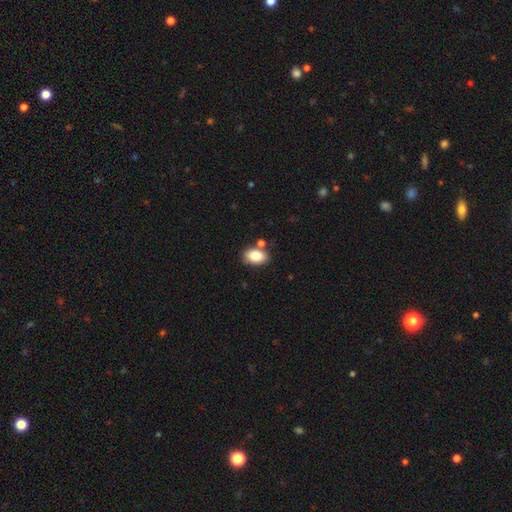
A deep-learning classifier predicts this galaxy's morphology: Smooth or featured: smooth — 82% (featured or disk — 10%)
How rounded: in between — 85% (round — 13%)
Merging: none — 72% (minor disturbance — 13%)